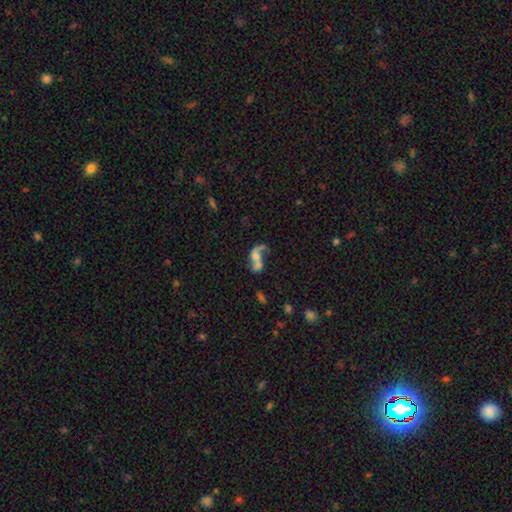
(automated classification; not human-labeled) The model was most divided on "bulge size": none: 34%, small: 27%, moderate: 25%, large: 11%, dominant: 3%. Remaining: edge-on disk — no (95%); bar — no (68%); spiral arms — yes (65%); smooth or featured — featured or disk (57%); merging — merger (48%).